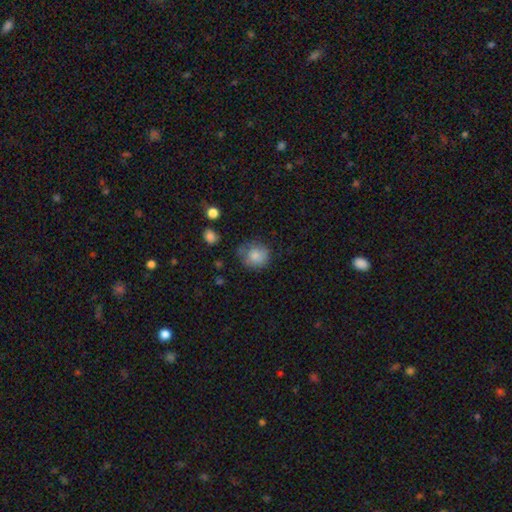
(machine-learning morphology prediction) This is clearly a smooth galaxy (82%). How rounded: clearly round (80%). Merging: likely none (62%).